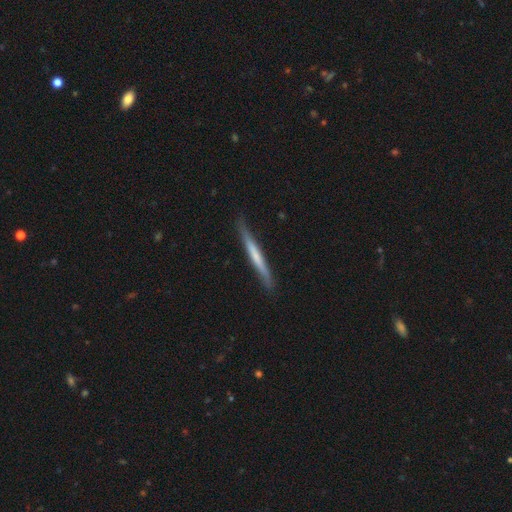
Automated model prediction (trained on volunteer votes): The model was most divided on "smooth or featured": smooth: 49%, featured or disk: 46%, star or artifact: 5%. More confident: merging — none (85%).